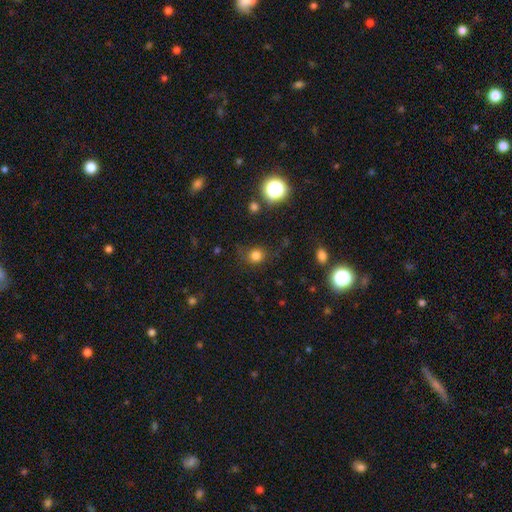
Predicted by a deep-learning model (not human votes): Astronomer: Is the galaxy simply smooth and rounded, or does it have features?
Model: smooth — 78%.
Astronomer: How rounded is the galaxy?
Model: round — 82%.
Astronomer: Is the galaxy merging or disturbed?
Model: none — 74%.